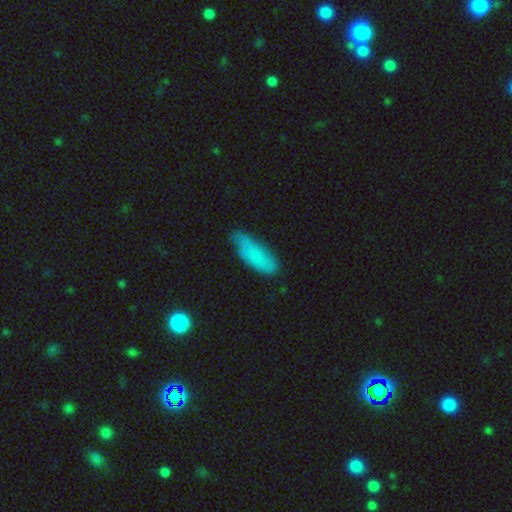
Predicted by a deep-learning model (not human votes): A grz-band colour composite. It shows a smooth galaxy with no disk features (77%) that is in between round and cigar-shaped (64%). Merging: none (59%).